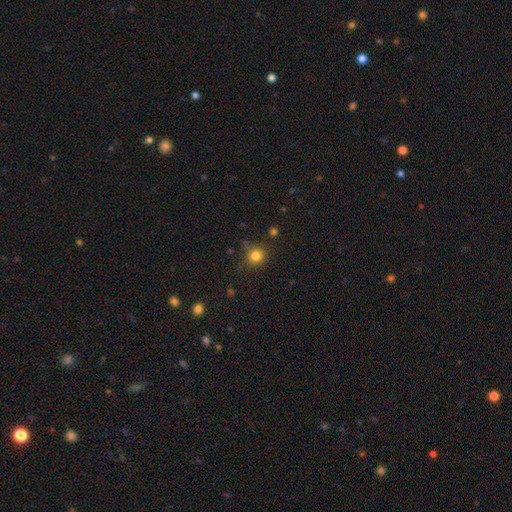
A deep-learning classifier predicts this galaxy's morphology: Overall: smooth (81%). How rounded: round (91%). Merging: none (80%).